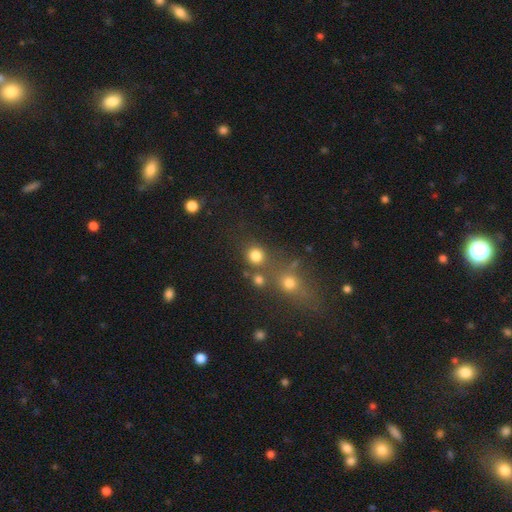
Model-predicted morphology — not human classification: smooth_or_featured: smooth (p=0.79) [alt: star or artifact p=0.15]
how_rounded: round (p=0.87) [alt: in between p=0.12]
merging: none (p=0.65) [alt: merger p=0.20]